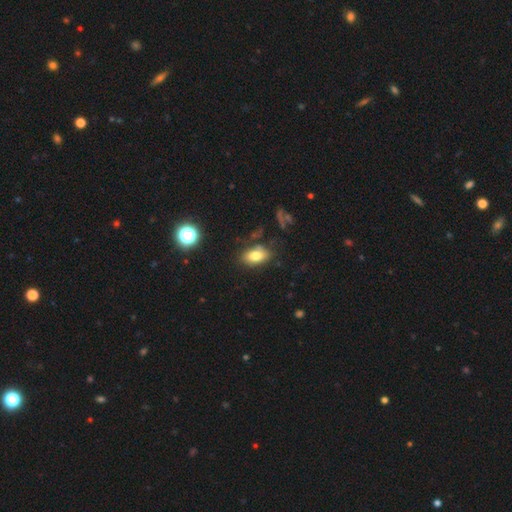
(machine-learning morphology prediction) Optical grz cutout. It shows a smooth galaxy with no disk features (78%) that is in between round and cigar-shaped (88%). Merging: none (74%).